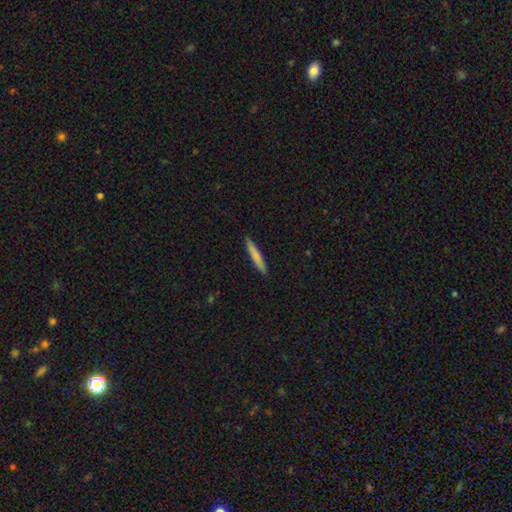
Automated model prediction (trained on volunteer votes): Smooth or featured? Predicted: smooth (p=0.77). How rounded? Predicted: cigar-shaped (p=0.95). Merging? Predicted: none (p=0.91).